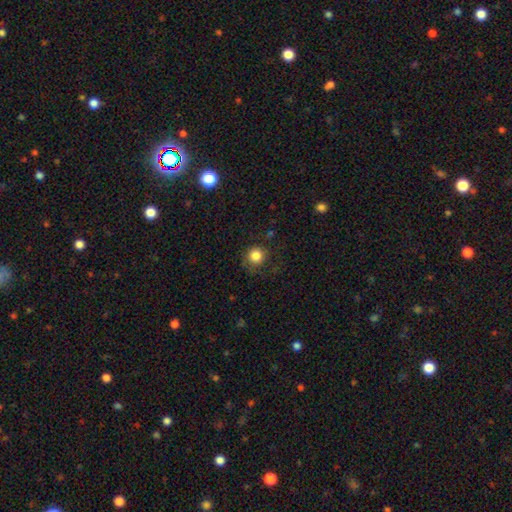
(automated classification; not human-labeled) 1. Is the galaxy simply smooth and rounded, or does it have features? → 84% smooth, 10% star or artifact, 6% featured or disk.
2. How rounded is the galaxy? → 92% round, 7% in between, 1% cigar-shaped.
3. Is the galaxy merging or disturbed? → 74% none, 16% minor disturbance, 9% major disturbance, 1% merger.